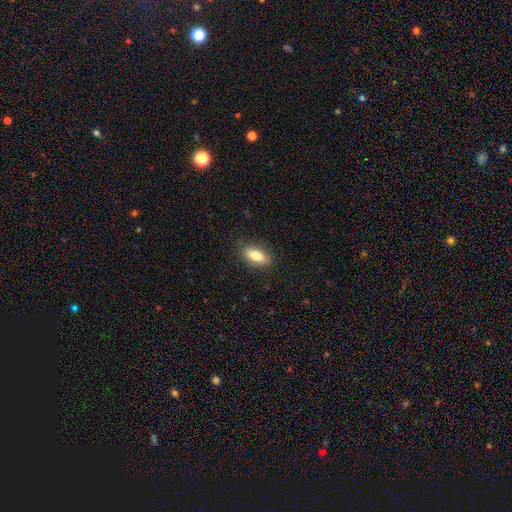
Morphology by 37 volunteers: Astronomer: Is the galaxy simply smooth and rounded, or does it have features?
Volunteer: smooth — 76%.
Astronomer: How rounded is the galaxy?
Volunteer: in between — 89%.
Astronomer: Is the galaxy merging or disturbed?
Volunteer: none — 84%.